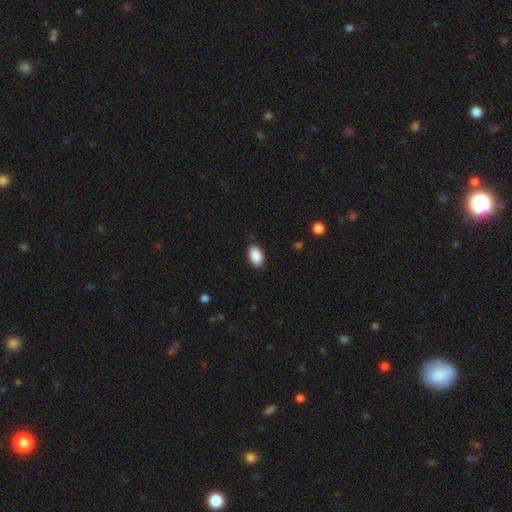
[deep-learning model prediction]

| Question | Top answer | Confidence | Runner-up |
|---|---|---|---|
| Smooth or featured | smooth | 89% | star or artifact (7%) |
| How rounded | in between | 92% | round (6%) |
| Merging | none | 86% | minor disturbance (10%) |